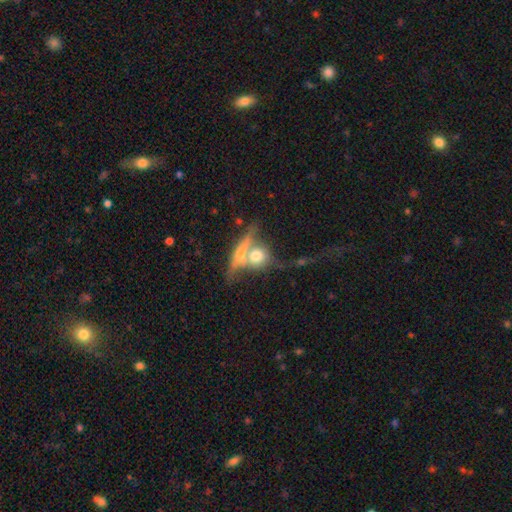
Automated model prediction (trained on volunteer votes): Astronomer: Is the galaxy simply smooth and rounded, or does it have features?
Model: smooth — 54% (runner-up: featured or disk, 37%).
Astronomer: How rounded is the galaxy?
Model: round — 61%.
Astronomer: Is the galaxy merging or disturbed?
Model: merger — 50% (runner-up: none, 30%).